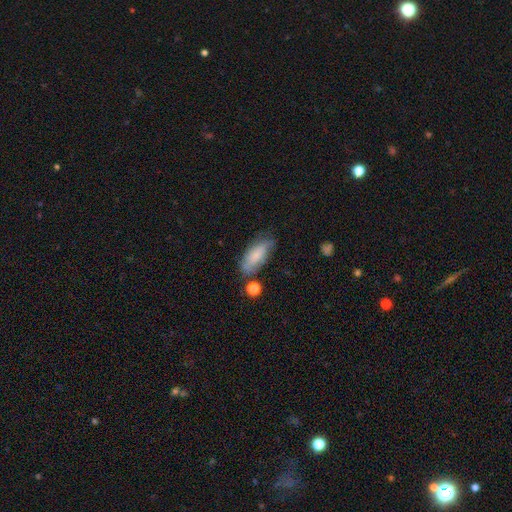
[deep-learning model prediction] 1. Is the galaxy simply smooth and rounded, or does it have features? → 73% smooth, 19% featured or disk, 7% star or artifact.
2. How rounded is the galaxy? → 74% in between, 23% cigar-shaped, 3% round.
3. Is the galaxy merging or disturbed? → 62% none, 25% minor disturbance, 7% major disturbance, 6% merger.